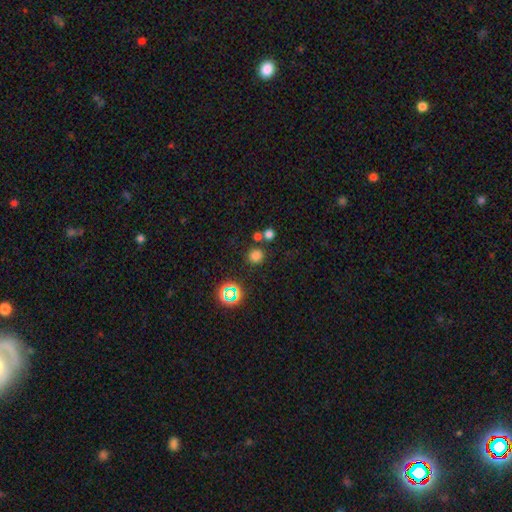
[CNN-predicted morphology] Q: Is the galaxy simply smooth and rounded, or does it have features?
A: smooth — 72%.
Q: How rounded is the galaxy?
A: round — 90%.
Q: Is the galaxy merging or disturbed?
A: none — 76%.